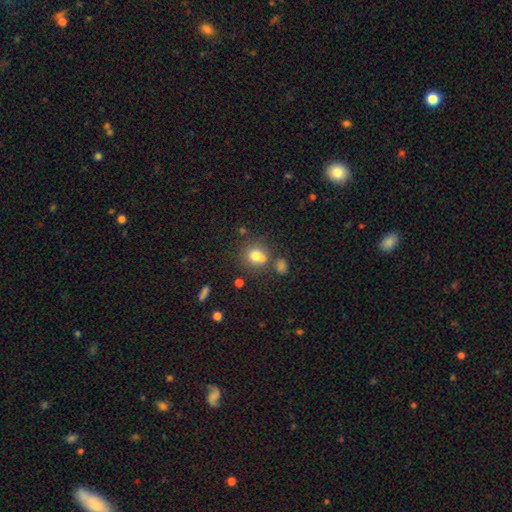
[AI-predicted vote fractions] This is likely a smooth galaxy (74%). How rounded: clearly round (80%). Merging: possibly none (56%).